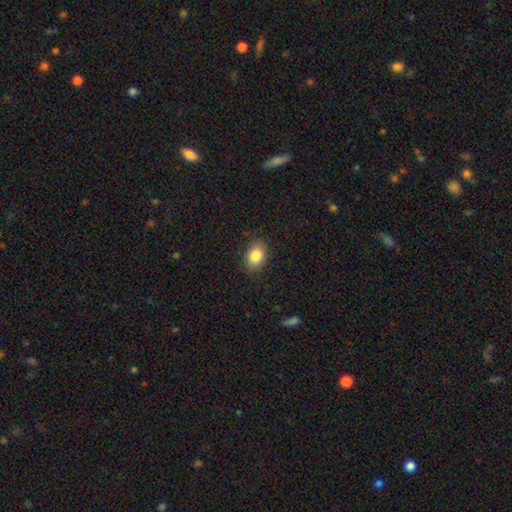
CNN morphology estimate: Smooth or featured? Predicted: smooth (p=0.85). How rounded? Predicted: in between (p=0.71). Merging? Predicted: none (p=0.84).